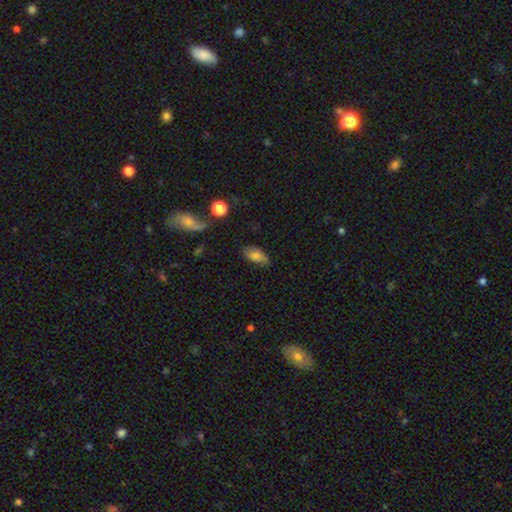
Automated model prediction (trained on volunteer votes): Smooth or featured? Predicted: smooth (p=0.76). How rounded? Predicted: in between (p=0.91). Merging? Predicted: none (p=0.65).